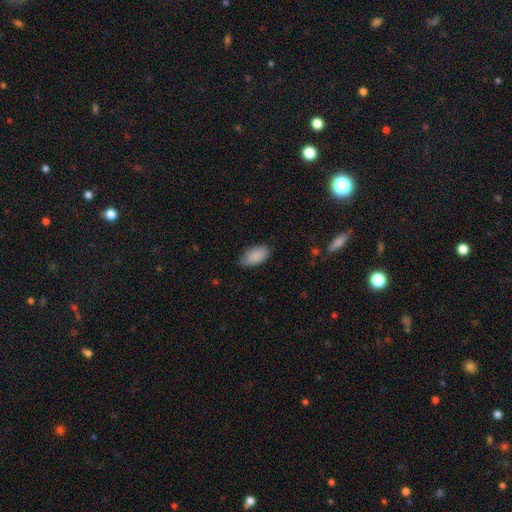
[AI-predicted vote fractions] Smooth or featured?
  - smooth: 88% *
  - star or artifact: 6%
  - featured or disk: 5%
How rounded?
  - in between: 94% *
  - cigar-shaped: 3%
  - round: 3%
Merging?
  - none: 67% *
  - minor disturbance: 28%
  - major disturbance: 4%
  - merger: 1%